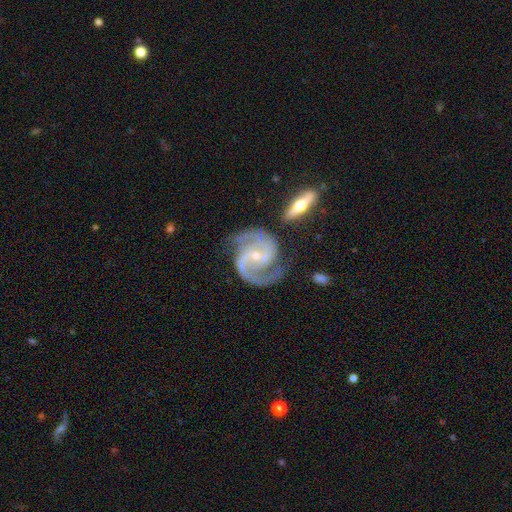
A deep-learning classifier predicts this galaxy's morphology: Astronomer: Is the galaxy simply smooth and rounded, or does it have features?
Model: featured or disk — 93%.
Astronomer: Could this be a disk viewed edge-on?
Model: no — 98%.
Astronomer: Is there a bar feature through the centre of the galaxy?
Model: weak — 39%, tied with no at 39%.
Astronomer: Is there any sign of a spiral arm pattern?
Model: yes — 99%.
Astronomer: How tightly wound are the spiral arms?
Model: medium — 61%.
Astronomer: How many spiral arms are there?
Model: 2 — 86%.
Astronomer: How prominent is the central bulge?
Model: small — 71%.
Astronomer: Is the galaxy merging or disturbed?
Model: none — 67%.